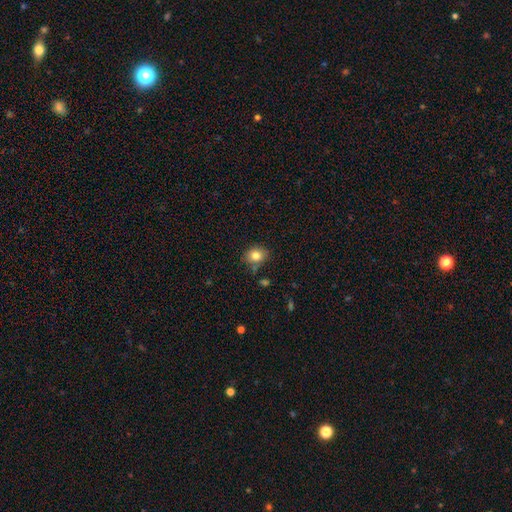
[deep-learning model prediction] Smooth or featured? smooth (81%)
How rounded? round (52%)
Merging? none (75%)